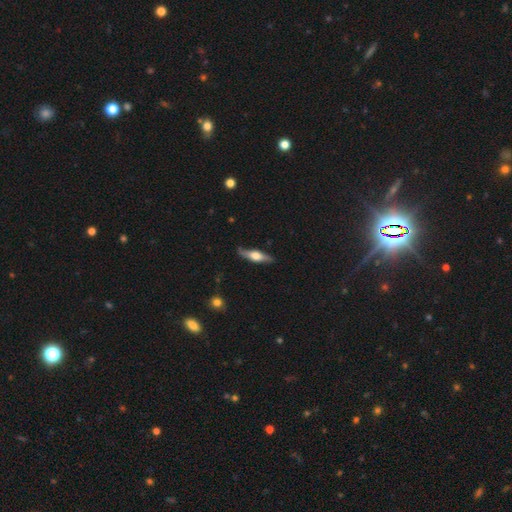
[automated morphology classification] This is possibly a featured or disk galaxy (53%). It is clearly viewed edge-on (88%). Merging: clearly none (81%).